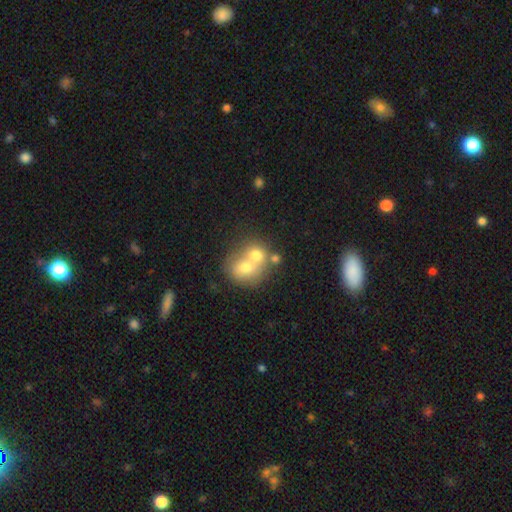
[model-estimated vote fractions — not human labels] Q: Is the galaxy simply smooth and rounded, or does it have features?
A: smooth — 65%.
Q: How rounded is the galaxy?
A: round — 67%.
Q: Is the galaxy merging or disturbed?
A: merger — 67%.